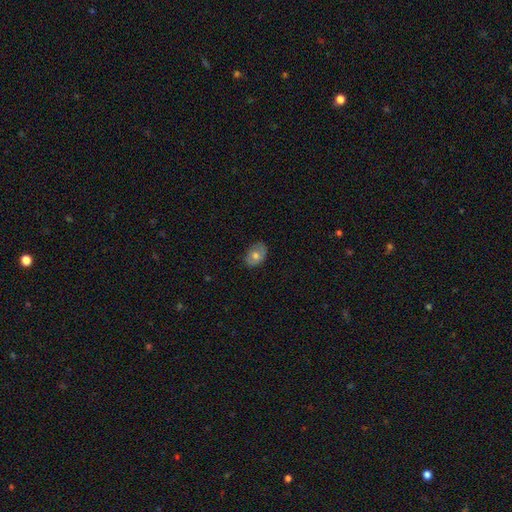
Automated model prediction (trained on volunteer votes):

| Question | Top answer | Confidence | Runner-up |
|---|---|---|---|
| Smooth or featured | smooth | 67% | featured or disk (25%) |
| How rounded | in between | 80% | round (19%) |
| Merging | none | 78% | minor disturbance (18%) |